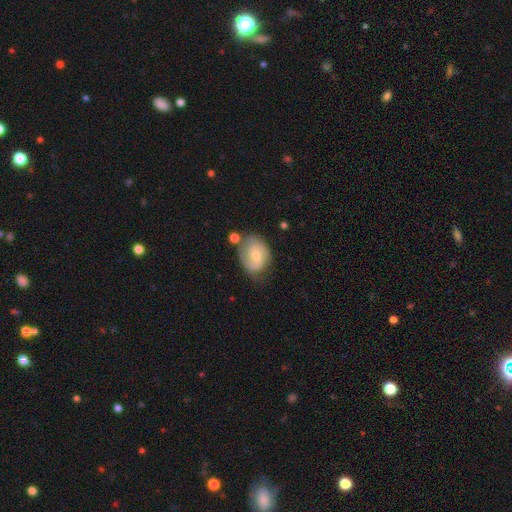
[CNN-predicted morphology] featured or disk 56%, smooth 37%, star or artifact 7%. Down the decision tree: edge-on disk — no (97%); bar — no (61%); spiral arms — yes (86%); bulge size — small (52%); merging — none (58%).